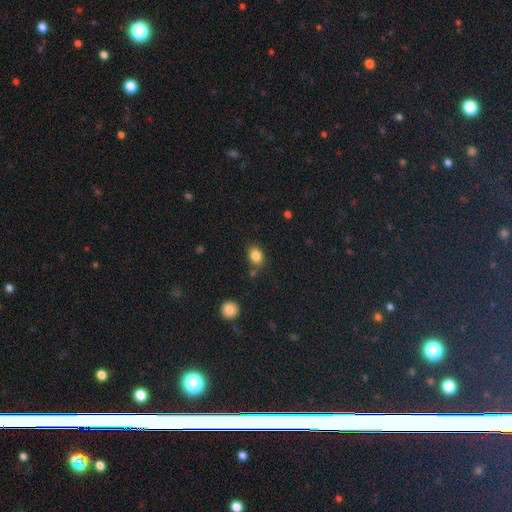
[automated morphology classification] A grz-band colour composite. It shows a smooth galaxy with no disk features (85%) that is in between round and cigar-shaped (63%). Merging: none (76%).